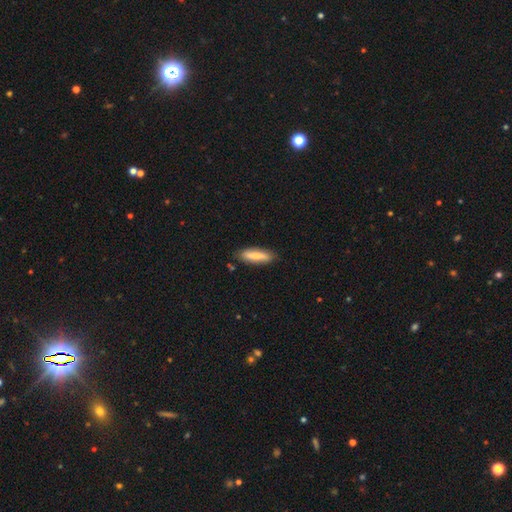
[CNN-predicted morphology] Smooth or featured: smooth — 68% (featured or disk — 26%)
How rounded: cigar-shaped — 57% (in between — 41%)
Merging: none — 82% (minor disturbance — 14%)